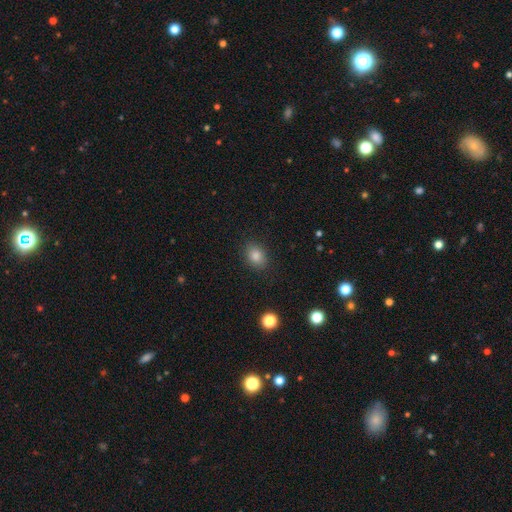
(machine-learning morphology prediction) smooth_or_featured: smooth (p=0.82) [alt: star or artifact p=0.11]
how_rounded: in between (p=0.64) [alt: round p=0.34]
merging: none (p=0.88) [alt: minor disturbance p=0.09]